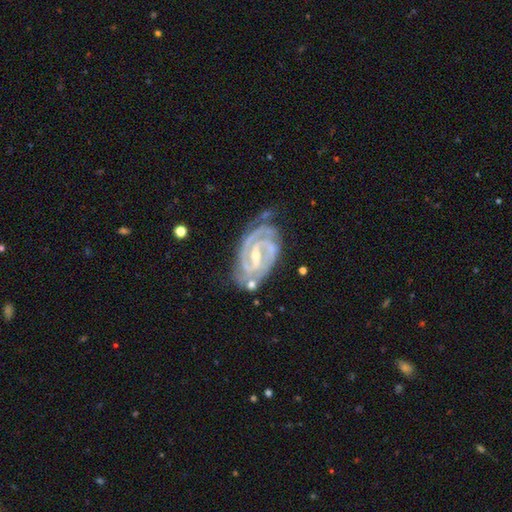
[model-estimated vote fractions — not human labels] Morphology: type=featured or disk (92%); edge-on=no (97%); bar=strong (44%); spiral arms=yes (98%); winding=tight (69%); arm count=2 (72%); bulge=small (62%); merging=none (66%).